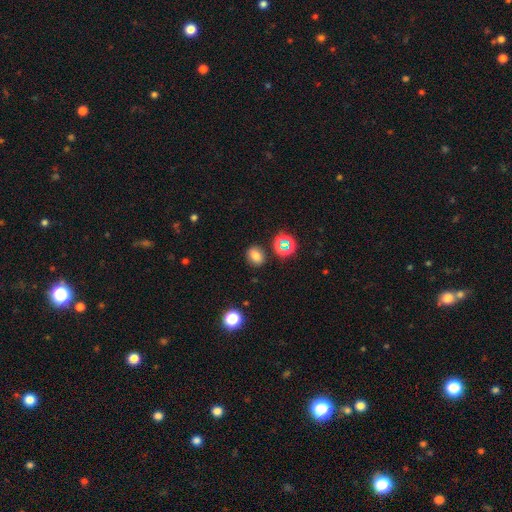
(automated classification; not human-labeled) smooth_or_featured: smooth (p=0.75) [alt: star or artifact p=0.18]
how_rounded: in between (p=0.52) [alt: round p=0.47]
merging: none (p=0.85) [alt: minor disturbance p=0.09]